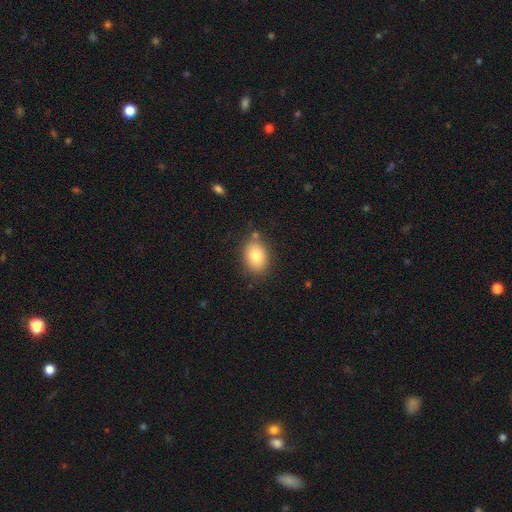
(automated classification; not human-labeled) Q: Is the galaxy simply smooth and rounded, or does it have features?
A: smooth — 81%.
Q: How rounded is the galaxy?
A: in between — 74%.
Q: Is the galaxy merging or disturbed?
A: none — 80%.